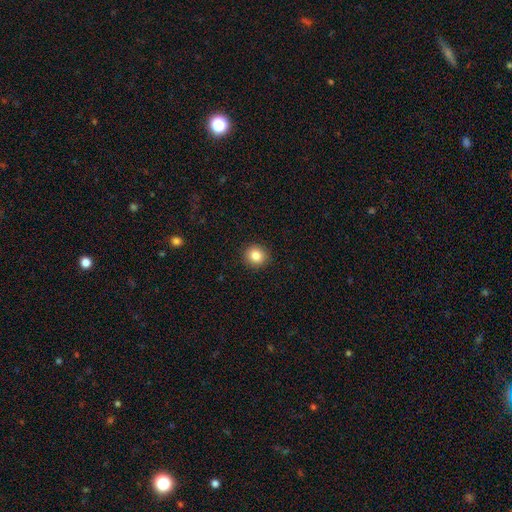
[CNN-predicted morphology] smooth-or-featured: smooth: 84% | star or artifact: 10% | featured or disk: 5%
  how-rounded: round: 89% | in between: 11% | cigar-shaped: 1%
  merging: none: 92% | minor disturbance: 5% | major disturbance: 2% | merger: 1%